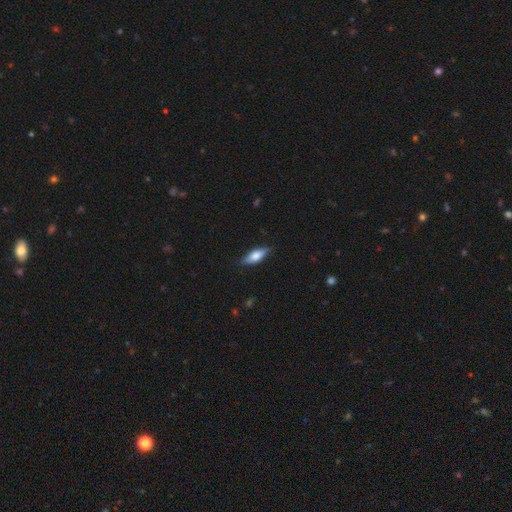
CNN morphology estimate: Q: Smooth or featured?
A: smooth (67%); runner-up: featured or disk (26%)
Q: How rounded?
A: in between (69%); runner-up: cigar-shaped (28%)
Q: Merging?
A: none (83%); runner-up: minor disturbance (14%)